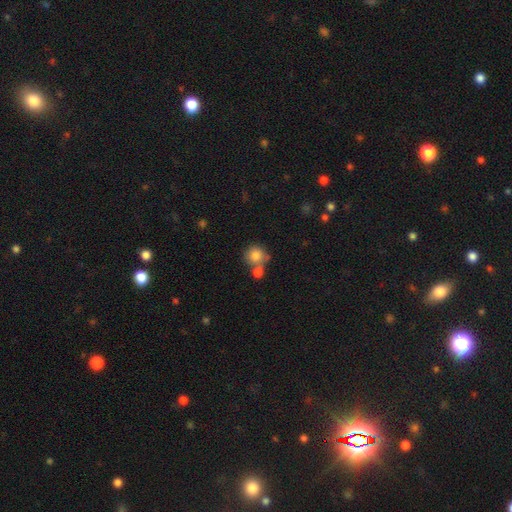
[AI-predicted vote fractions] A smooth galaxy with no disk features (82%) that is round (90%).

Vote fractions:
- Smooth or featured? smooth: 82% / star or artifact: 10% / featured or disk: 8%
- How rounded? round: 90% / in between: 9% / cigar-shaped: 1%
- Merging? none: 56% / merger: 30% / minor disturbance: 10% / major disturbance: 4%